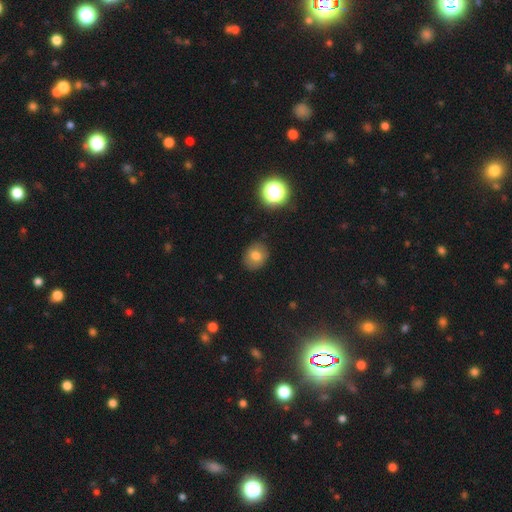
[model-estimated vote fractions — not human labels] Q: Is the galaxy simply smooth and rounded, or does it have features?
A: smooth — 75%.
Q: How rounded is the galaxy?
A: round — 64%.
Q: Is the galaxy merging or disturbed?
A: none — 86%.